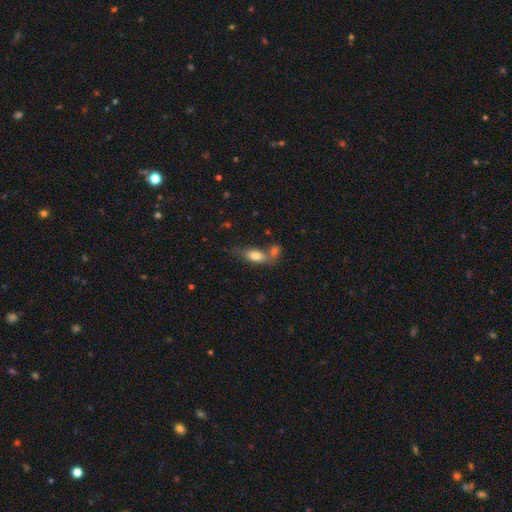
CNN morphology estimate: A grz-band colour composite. It shows a smooth galaxy with no disk features (74%) that is in between round and cigar-shaped (77%). Merging: merger (42%).